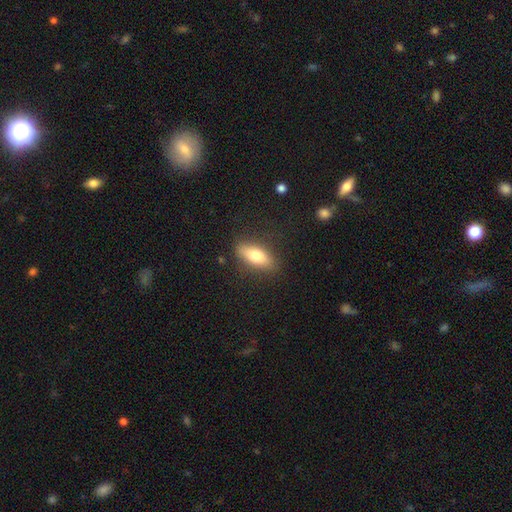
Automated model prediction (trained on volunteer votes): smooth 74%, featured or disk 19%, star or artifact 7%. Down the decision tree: how rounded — in between (74%); merging — none (84%).